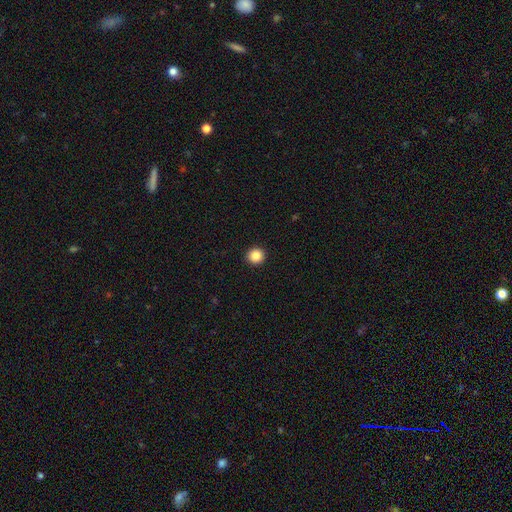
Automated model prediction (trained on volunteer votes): This is clearly a smooth galaxy (86%). How rounded: clearly round (94%). Merging: clearly none (94%).